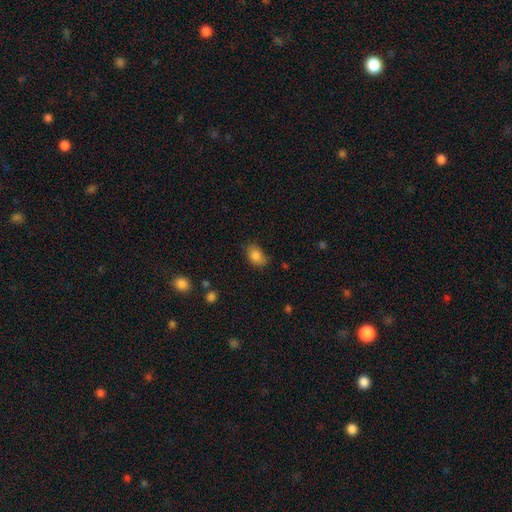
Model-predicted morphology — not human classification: Overall: smooth (84%). How rounded: in between (79%). Merging: none (70%).